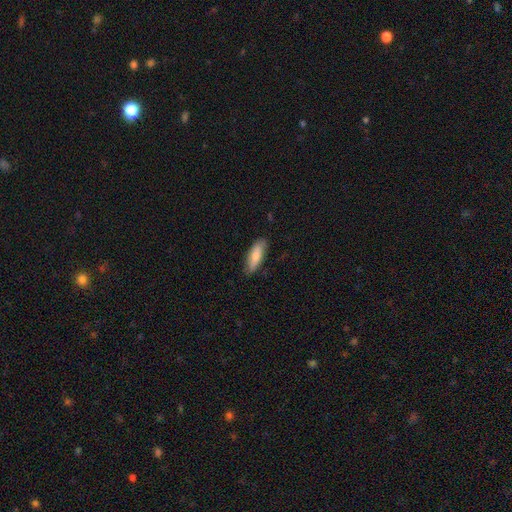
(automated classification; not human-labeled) The model was most divided on "how rounded": in between: 55%, cigar-shaped: 43%, round: 2%. More confident: merging — none (82%); smooth or featured — smooth (78%).